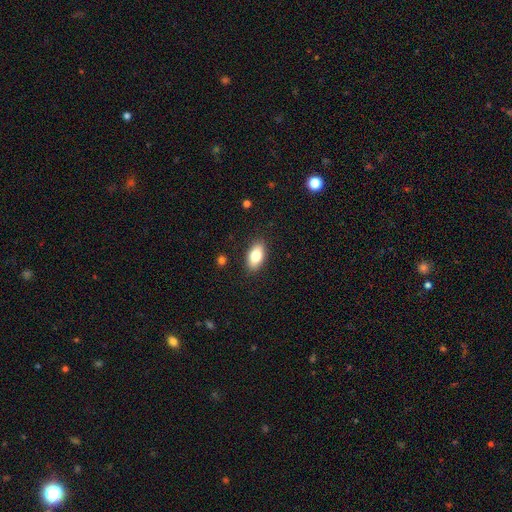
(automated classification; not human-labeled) smooth-or-featured: smooth: 81% | featured or disk: 12% | star or artifact: 7%
  how-rounded: in between: 90% | cigar-shaped: 5% | round: 4%
  merging: none: 88% | minor disturbance: 9% | major disturbance: 2% | merger: 1%